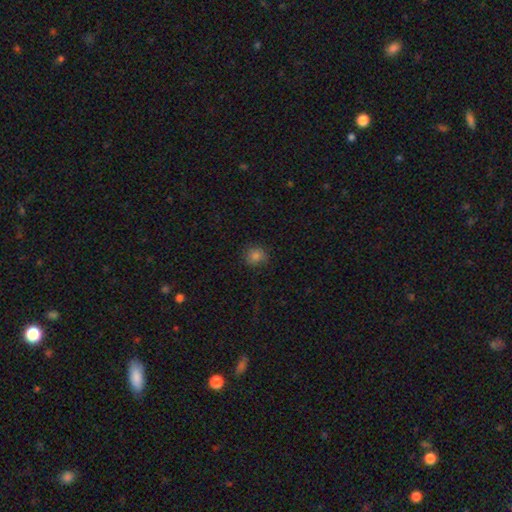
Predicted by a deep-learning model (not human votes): The model was most divided on "smooth or featured": smooth: 80%, star or artifact: 14%, featured or disk: 6%. More confident: how rounded — round (87%); merging — none (82%).